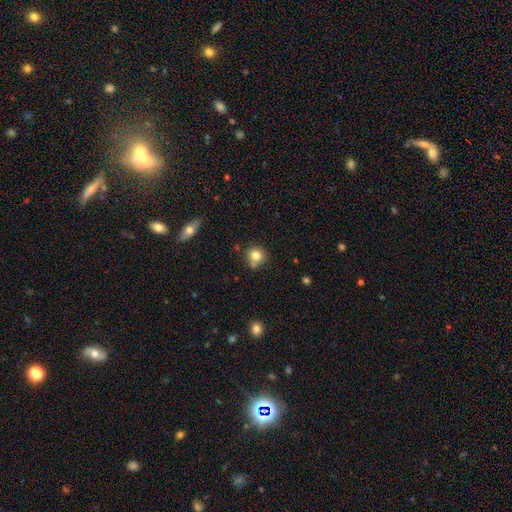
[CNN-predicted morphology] This appears to be a smooth galaxy with no disk features (79%) that is round (89%). Merging: none (72%).